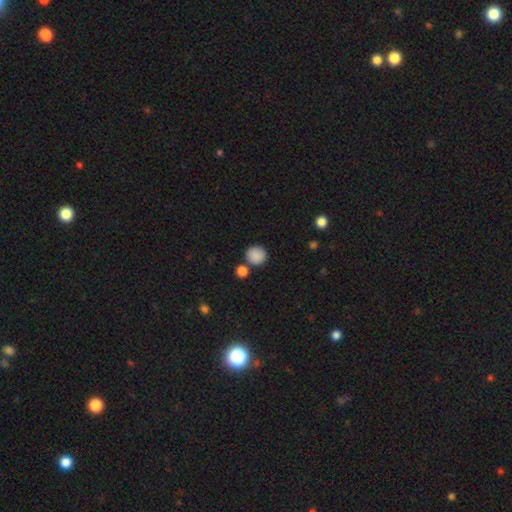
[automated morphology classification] smooth 88%, star or artifact 9%, featured or disk 4%. Down the decision tree: how rounded — round (89%); merging — none (76%).